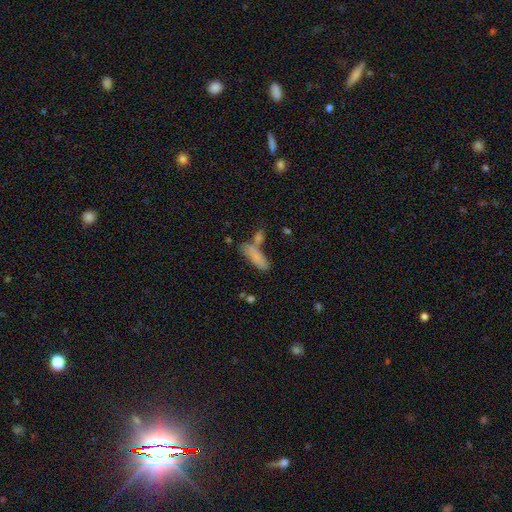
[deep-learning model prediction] The model was most divided on "how rounded": in between: 55%, cigar-shaped: 42%, round: 3%. Remaining: smooth or featured — smooth (79%); merging — none (49%).